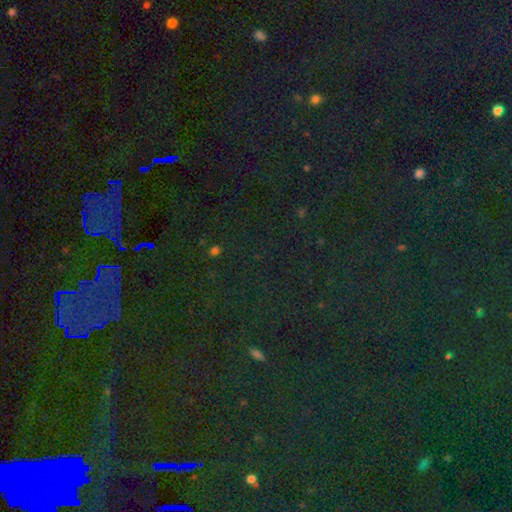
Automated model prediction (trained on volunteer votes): smooth-or-featured: star or artifact: 82% | smooth: 11% | featured or disk: 7%